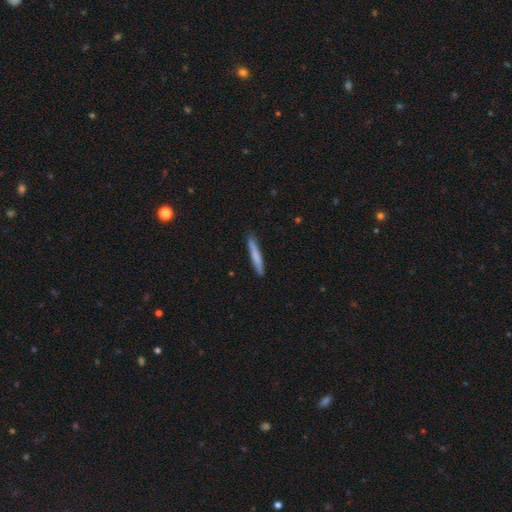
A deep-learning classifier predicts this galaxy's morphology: Smooth or featured? smooth (75%)
How rounded? cigar-shaped (95%)
Merging? none (87%)